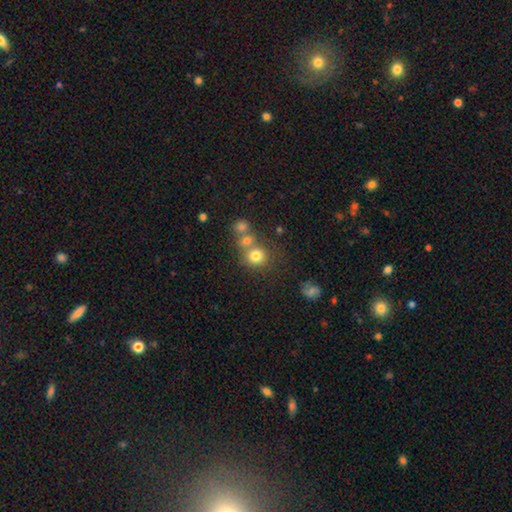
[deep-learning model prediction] This appears to be a smooth galaxy with no disk features (76%) that is round (84%). Merging: none (54%).